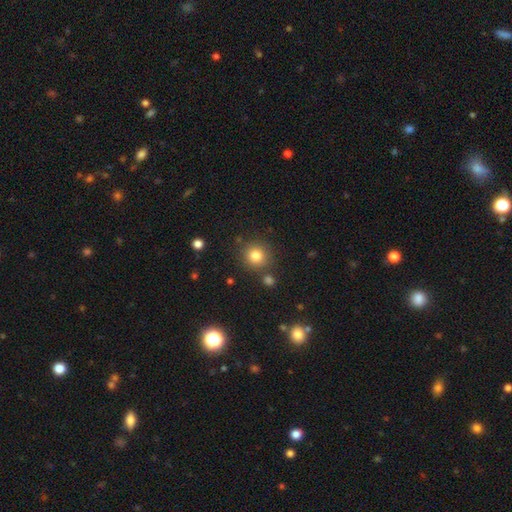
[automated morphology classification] The model was most divided on "smooth or featured": smooth: 81%, star or artifact: 12%, featured or disk: 7%. More confident: how rounded — round (91%); merging — none (82%).